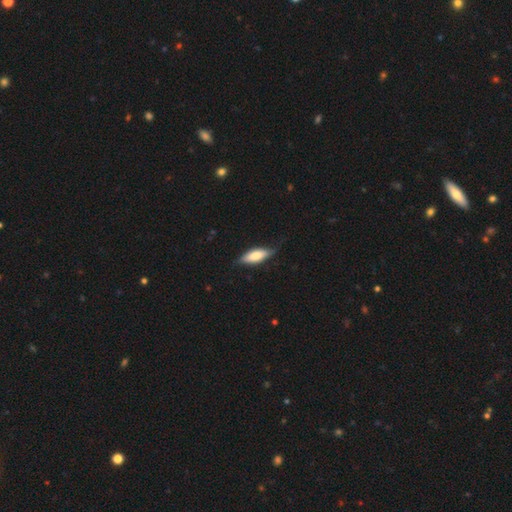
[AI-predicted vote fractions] Smooth or featured?
  - smooth: 67% *
  - featured or disk: 27%
  - star or artifact: 6%
How rounded?
  - in between: 67% *
  - cigar-shaped: 31%
  - round: 2%
Merging?
  - none: 72% *
  - minor disturbance: 22%
  - major disturbance: 4%
  - merger: 1%